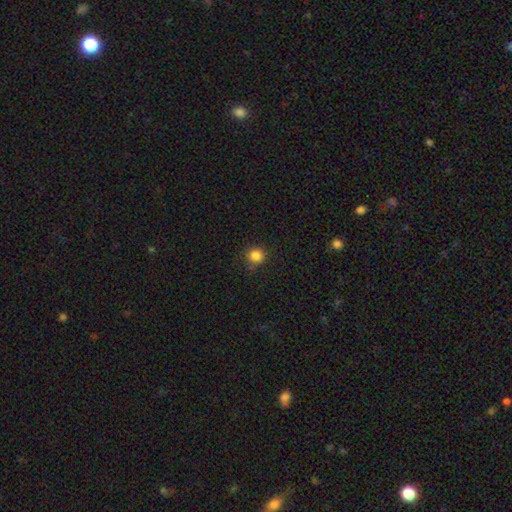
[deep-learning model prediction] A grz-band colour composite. It shows a smooth galaxy with no disk features (84%) that is round (93%). Merging: none (86%).